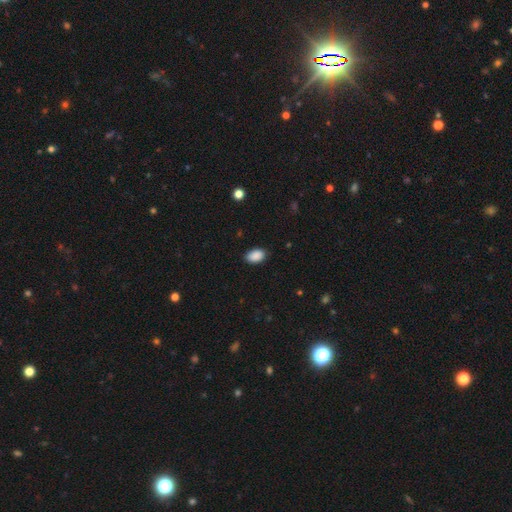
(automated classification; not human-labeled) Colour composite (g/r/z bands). It shows a smooth galaxy with no disk features (90%) that is in between round and cigar-shaped (91%). Merging: none (86%).